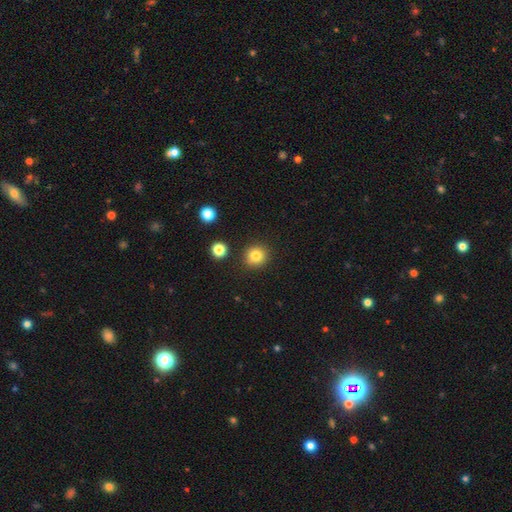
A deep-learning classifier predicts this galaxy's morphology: Overall: smooth (83%). How rounded: round (92%). Merging: none (89%).